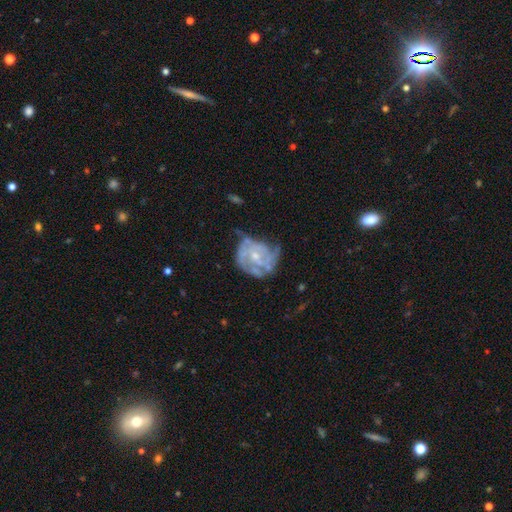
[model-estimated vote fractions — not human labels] Q: Smooth or featured?
A: featured or disk (77%); runner-up: smooth (15%)
Q: Edge-on disk?
A: no (98%); runner-up: yes (2%)
Q: Bar?
A: no (73%); runner-up: weak (23%)
Q: Spiral arms?
A: yes (74%); runner-up: no (26%)
Q: Spiral winding?
A: tight (57%); runner-up: medium (31%)
Q: Spiral arm count?
A: can't tell (44%); runner-up: 3 (20%)
Q: Bulge size?
A: small (56%); runner-up: moderate (38%)
Q: Merging?
A: none (45%); runner-up: minor disturbance (29%)